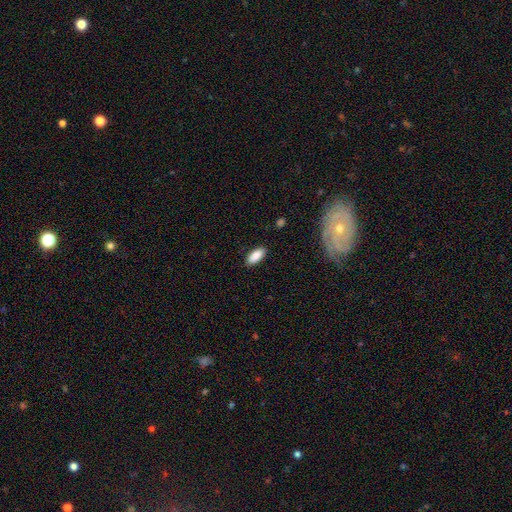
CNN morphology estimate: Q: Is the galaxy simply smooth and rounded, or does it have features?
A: smooth — 88%.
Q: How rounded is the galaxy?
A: in between — 85%.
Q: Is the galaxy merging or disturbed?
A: none — 87%.